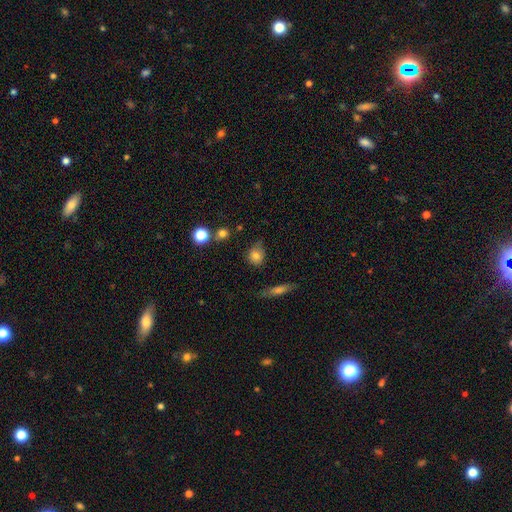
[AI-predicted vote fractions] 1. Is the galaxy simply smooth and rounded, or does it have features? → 78% smooth, 11% star or artifact, 11% featured or disk.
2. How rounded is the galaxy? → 69% round, 28% in between, 3% cigar-shaped.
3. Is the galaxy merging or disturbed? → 64% none, 26% minor disturbance, 6% major disturbance, 4% merger.